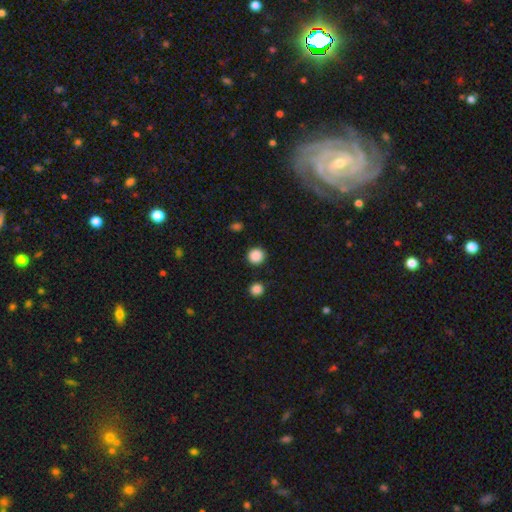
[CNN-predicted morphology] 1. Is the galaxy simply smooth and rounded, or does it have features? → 87% smooth, 10% star or artifact, 3% featured or disk.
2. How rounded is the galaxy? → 94% round, 5% in between, 1% cigar-shaped.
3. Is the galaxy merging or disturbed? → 90% none, 6% minor disturbance, 2% major disturbance, 2% merger.